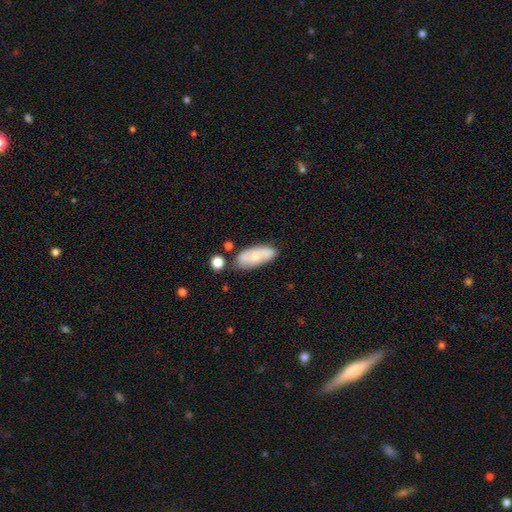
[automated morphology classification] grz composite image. It shows a smooth galaxy with no disk features (63%) that is in between round and cigar-shaped (81%). Merging: none (66%).